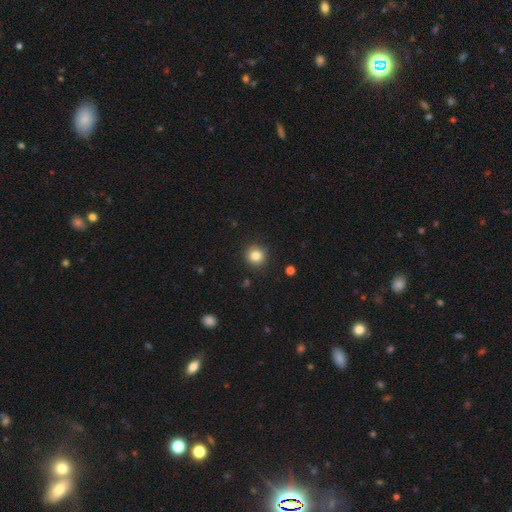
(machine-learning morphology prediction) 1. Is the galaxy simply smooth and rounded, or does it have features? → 83% smooth, 11% star or artifact, 6% featured or disk.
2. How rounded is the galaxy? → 93% round, 7% in between, 1% cigar-shaped.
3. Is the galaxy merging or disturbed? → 90% none, 7% minor disturbance, 2% major disturbance, 1% merger.